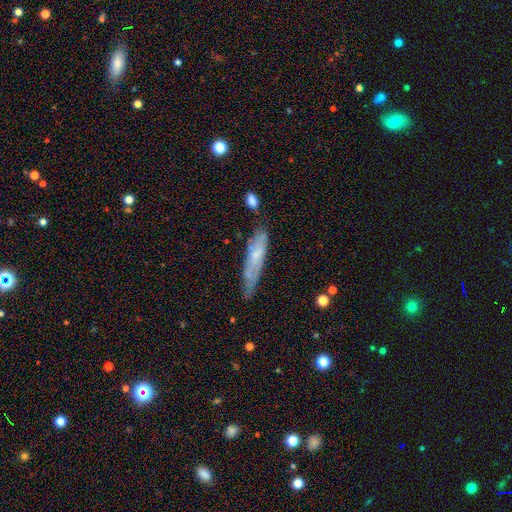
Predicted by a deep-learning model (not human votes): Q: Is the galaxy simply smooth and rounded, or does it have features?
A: smooth — 51%.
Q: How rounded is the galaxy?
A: cigar-shaped — 78%.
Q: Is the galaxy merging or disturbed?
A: none — 59%.